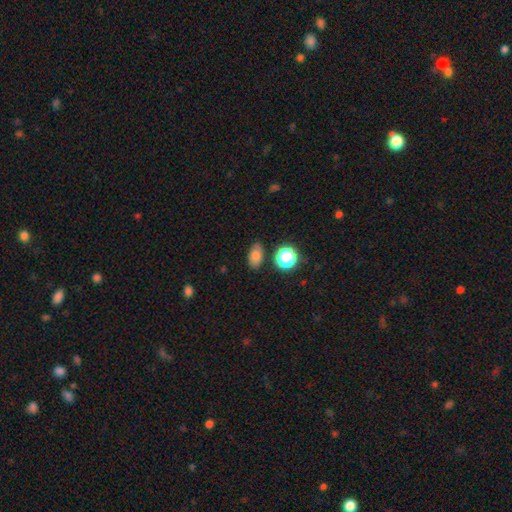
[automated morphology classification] type=smooth (75%); roundness=in between (80%); merging=none (78%).